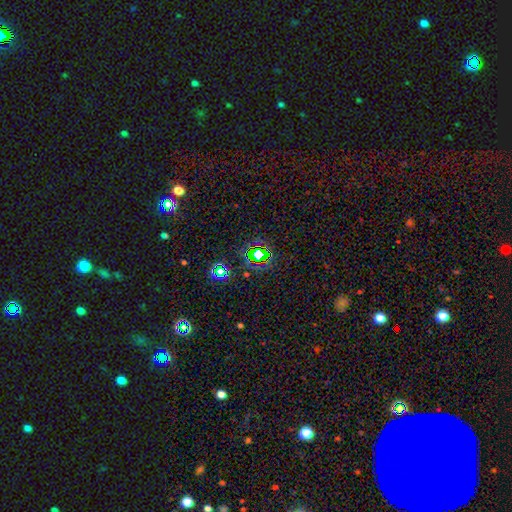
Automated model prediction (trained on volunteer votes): smooth_or_featured: star or artifact (p=0.71) [alt: smooth p=0.20]